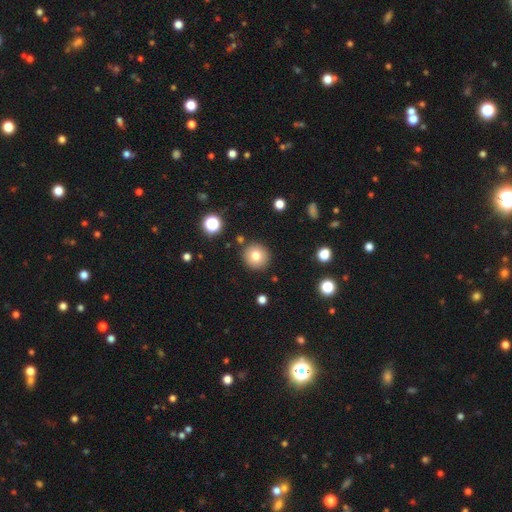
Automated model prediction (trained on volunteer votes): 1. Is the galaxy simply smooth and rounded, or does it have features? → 77% smooth, 12% star or artifact, 11% featured or disk.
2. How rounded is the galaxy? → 94% round, 5% in between, 1% cigar-shaped.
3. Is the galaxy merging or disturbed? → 88% none, 7% minor disturbance, 3% merger, 2% major disturbance.